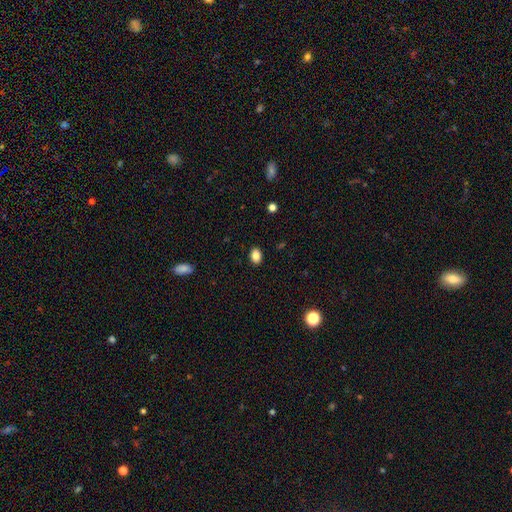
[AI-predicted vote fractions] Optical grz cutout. It shows a smooth galaxy with no disk features (86%) that is in between round and cigar-shaped (73%). Merging: none (89%).